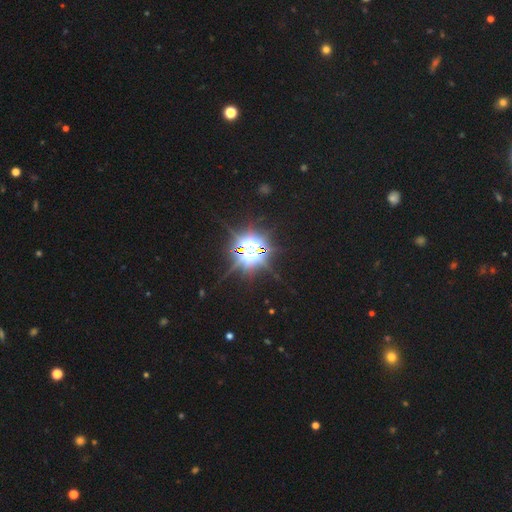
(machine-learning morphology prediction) type=star or artifact (80%).